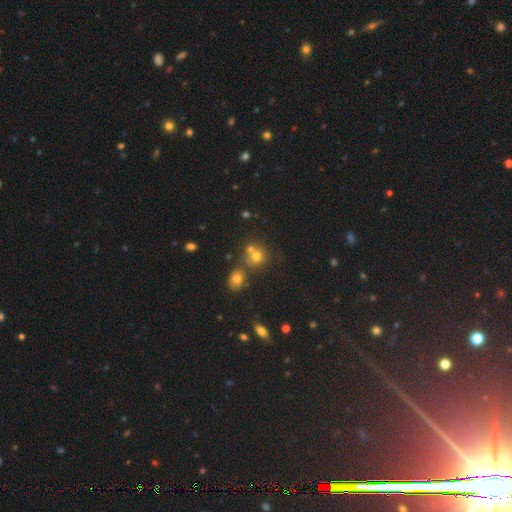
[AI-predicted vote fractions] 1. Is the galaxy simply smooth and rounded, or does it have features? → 69% smooth, 18% star or artifact, 12% featured or disk.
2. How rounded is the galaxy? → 82% round, 17% in between, 1% cigar-shaped.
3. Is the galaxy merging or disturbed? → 51% none, 37% merger, 9% minor disturbance, 4% major disturbance.